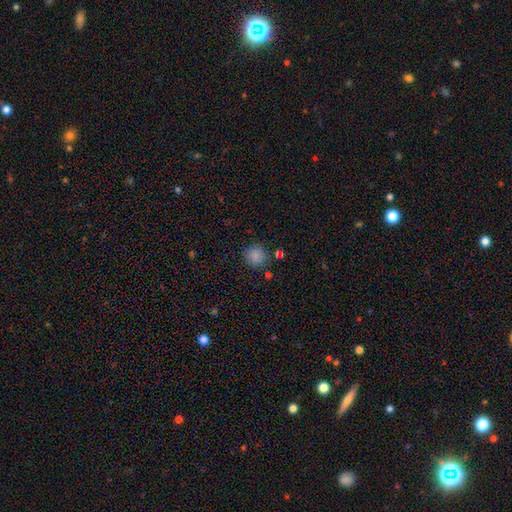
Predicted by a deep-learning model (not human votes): The model was most divided on "smooth or featured": smooth: 85%, star or artifact: 11%, featured or disk: 4%. More confident: how rounded — round (92%); merging — none (84%).